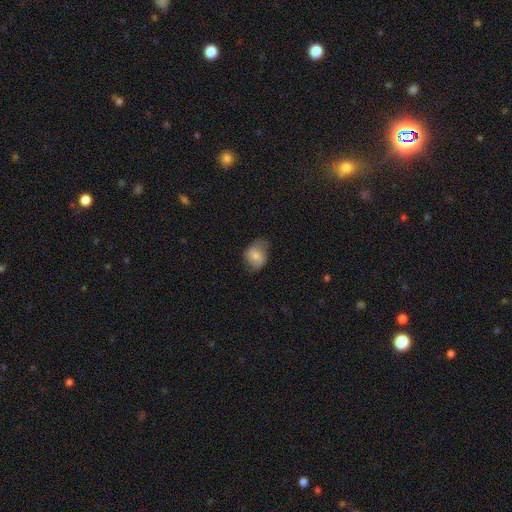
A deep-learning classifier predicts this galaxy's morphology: smooth_or_featured: smooth (p=0.69) [alt: featured or disk p=0.23]
how_rounded: in between (p=0.63) [alt: round p=0.36]
merging: none (p=0.57) [alt: minor disturbance p=0.31]